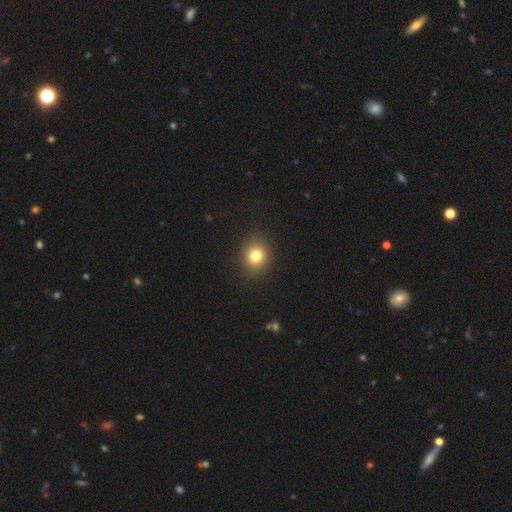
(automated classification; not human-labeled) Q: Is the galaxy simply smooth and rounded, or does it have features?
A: smooth — 80%.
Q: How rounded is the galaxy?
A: round — 80%.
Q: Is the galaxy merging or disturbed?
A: none — 90%.